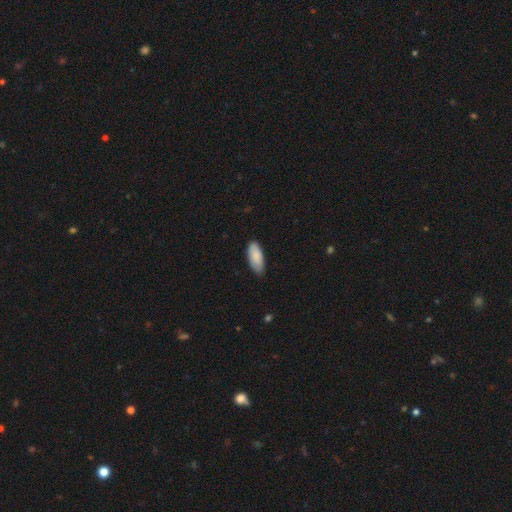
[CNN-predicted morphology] smooth 88%, featured or disk 6%, star or artifact 5%. Down the decision tree: how rounded — in between (84%); merging — none (79%).